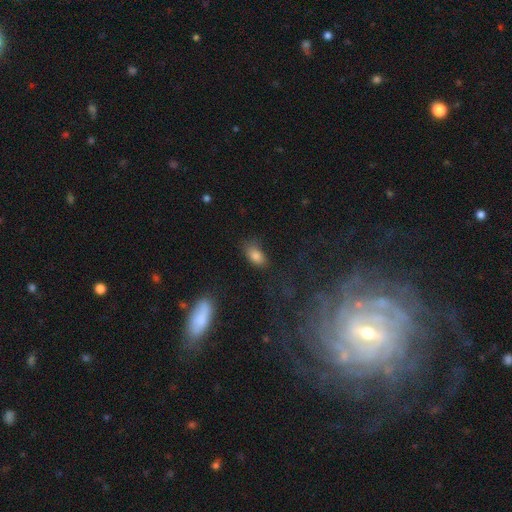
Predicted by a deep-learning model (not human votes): Smooth or featured? smooth (84%)
How rounded? in between (90%)
Merging? none (69%)